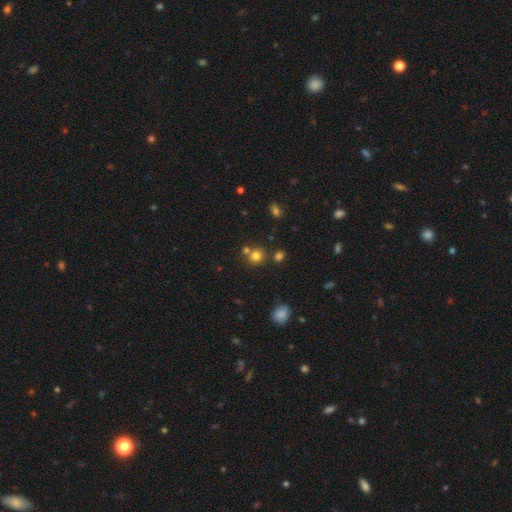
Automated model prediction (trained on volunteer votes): smooth 76%, star or artifact 17%, featured or disk 7%. Down the decision tree: how rounded — round (87%); merging — none (67%).